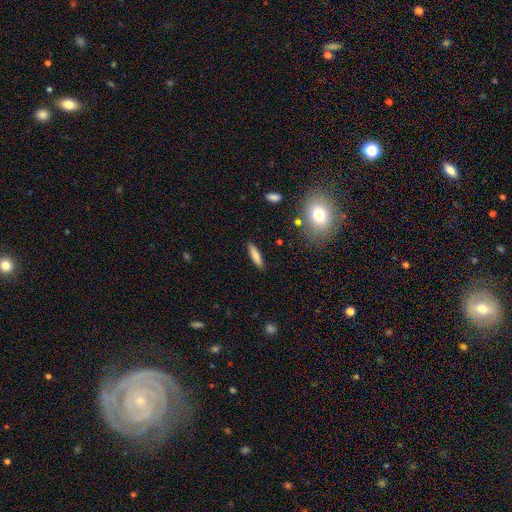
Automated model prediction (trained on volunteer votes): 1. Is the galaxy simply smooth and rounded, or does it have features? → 79% smooth, 13% featured or disk, 7% star or artifact.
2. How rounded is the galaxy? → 75% cigar-shaped, 24% in between, 2% round.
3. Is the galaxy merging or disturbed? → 88% none, 8% minor disturbance, 2% major disturbance, 2% merger.